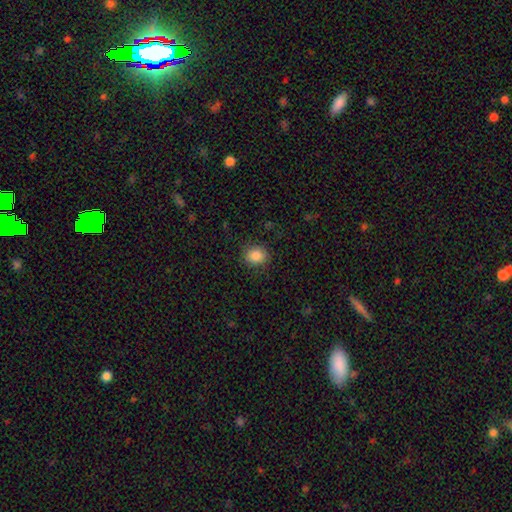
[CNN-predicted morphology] Smooth or featured: smooth — 85% (star or artifact — 10%)
How rounded: round — 74% (in between — 25%)
Merging: none — 87% (minor disturbance — 9%)